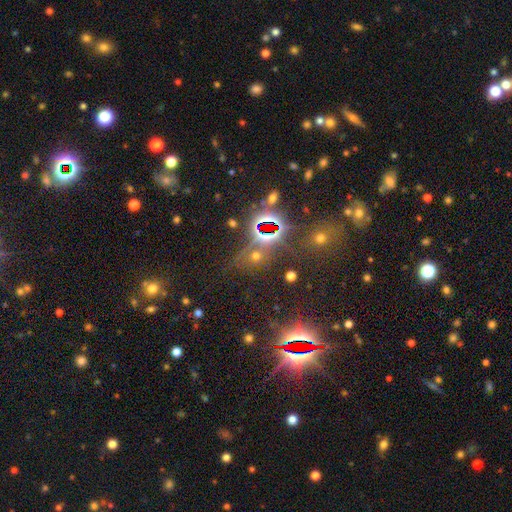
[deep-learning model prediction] Q: Smooth or featured?
A: star or artifact (70%); runner-up: smooth (21%)